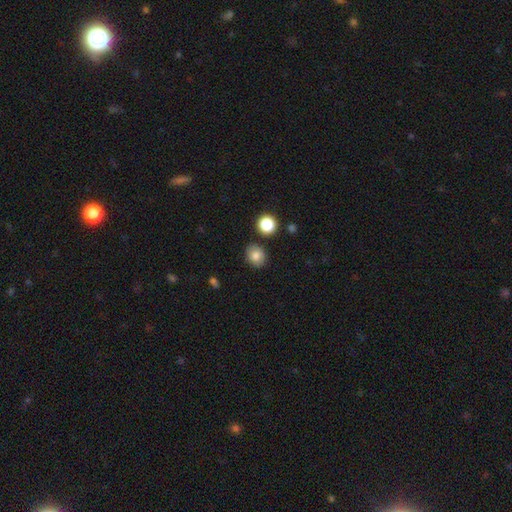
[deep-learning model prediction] A smooth galaxy with no disk features (82%) that is round (62%). Merging: none (84%).